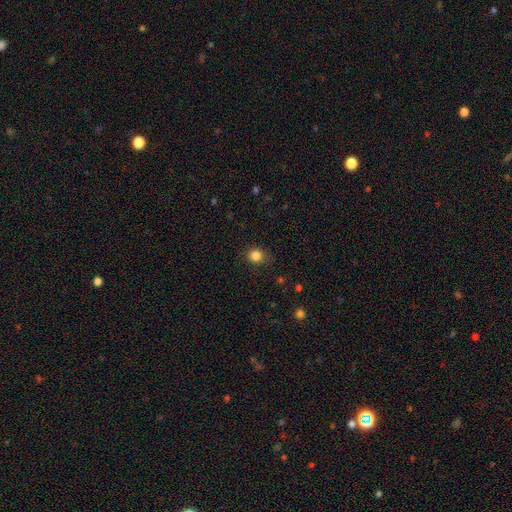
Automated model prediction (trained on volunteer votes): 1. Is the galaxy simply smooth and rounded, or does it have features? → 84% smooth, 12% star or artifact, 4% featured or disk.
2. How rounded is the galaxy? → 85% round, 15% in between, 1% cigar-shaped.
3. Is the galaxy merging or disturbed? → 80% none, 15% minor disturbance, 4% major disturbance, 1% merger.